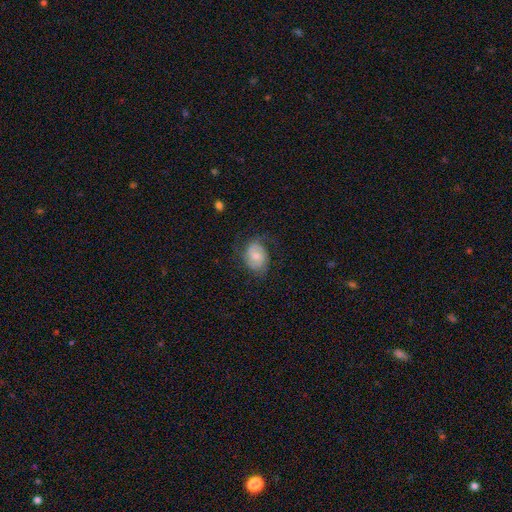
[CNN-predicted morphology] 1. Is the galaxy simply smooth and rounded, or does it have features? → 47% featured or disk, 45% smooth, 8% star or artifact.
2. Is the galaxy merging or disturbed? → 61% none, 23% minor disturbance, 14% major disturbance, 1% merger.